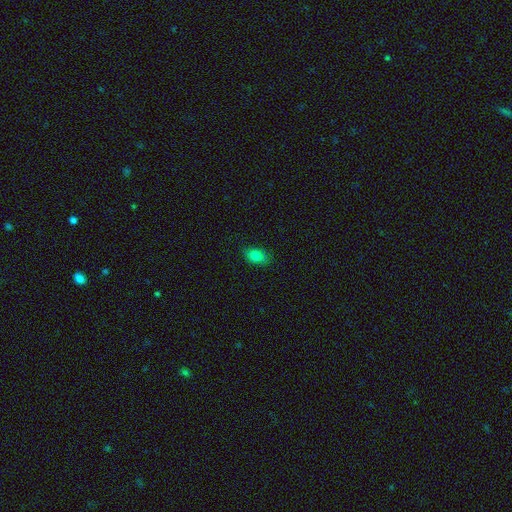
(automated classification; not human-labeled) A smooth galaxy with no disk features (84%) that is in between round and cigar-shaped (87%). Merging: none (85%).